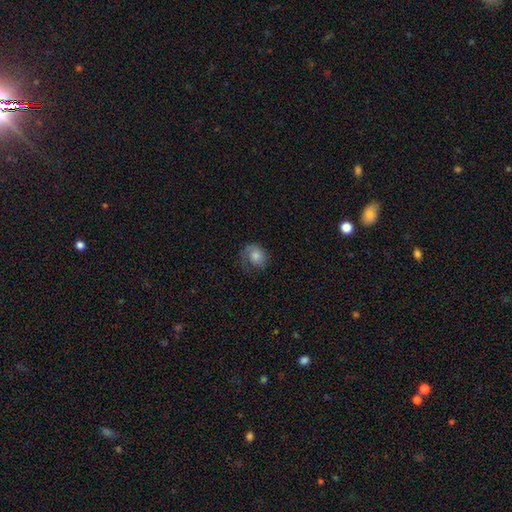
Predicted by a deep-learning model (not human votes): Smooth or featured? Predicted: smooth (p=0.66). How rounded? Predicted: round (p=0.56). Merging? Predicted: none (p=0.52).